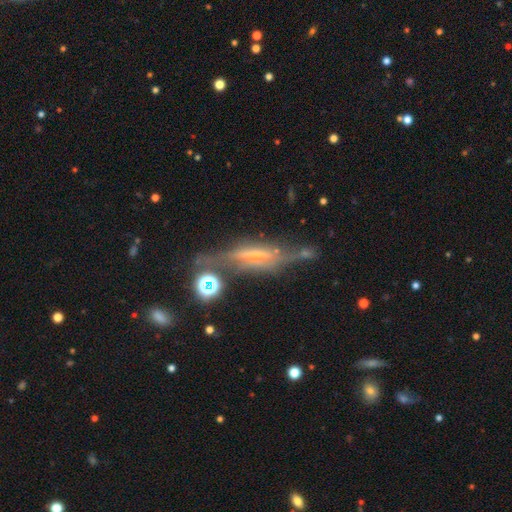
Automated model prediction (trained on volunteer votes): Smooth or featured?
  - featured or disk: 74% *
  - smooth: 15%
  - star or artifact: 11%
Edge-on disk?
  - yes: 83% *
  - no: 17%
Edge-on bulge?
  - rounded: 38% *
  - boxy: 32%
  - none: 30%
Merging?
  - none: 58% *
  - minor disturbance: 22%
  - major disturbance: 13%
  - merger: 7%